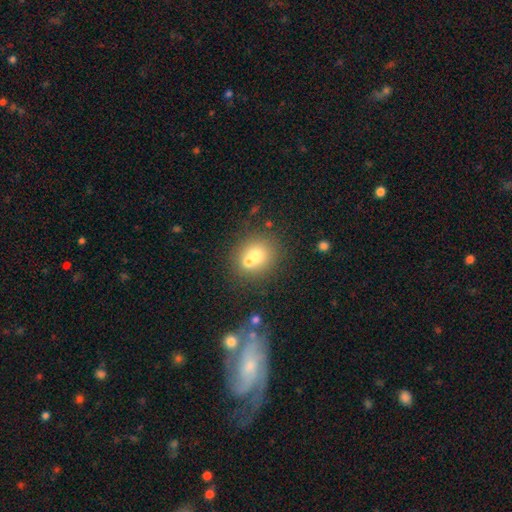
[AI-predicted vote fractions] This appears to be a smooth galaxy with no disk features (67%) that is round (80%). Merging: merger (46%).